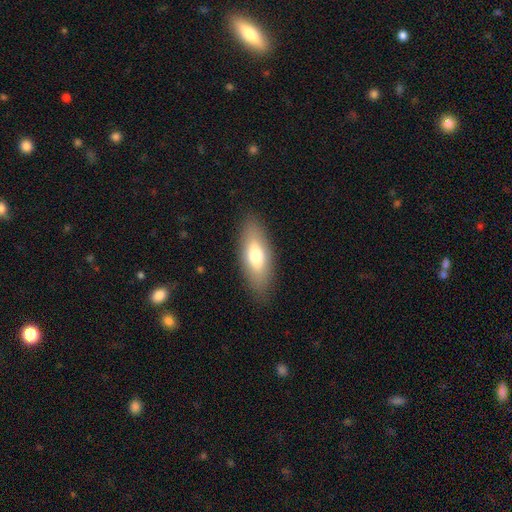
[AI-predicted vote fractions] A smooth galaxy with no disk features (69%) that is in between round and cigar-shaped (74%).

Vote fractions:
- Smooth or featured? smooth: 69% / featured or disk: 24% / star or artifact: 7%
- How rounded? in between: 74% / cigar-shaped: 23% / round: 3%
- Merging? none: 85% / minor disturbance: 10% / major disturbance: 3% / merger: 1%